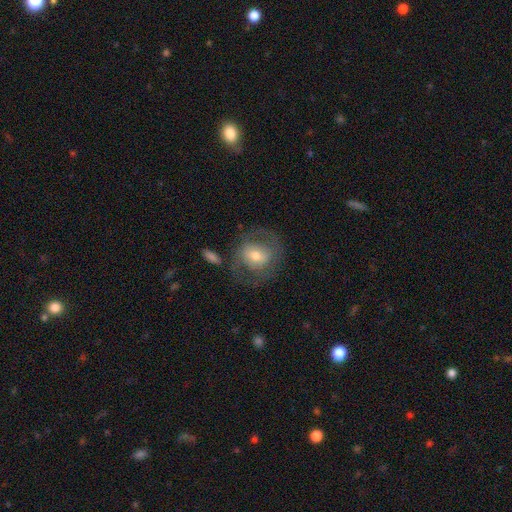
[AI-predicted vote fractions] Smooth or featured?
  - featured or disk: 48% *
  - smooth: 44%
  - star or artifact: 7%
Merging?
  - none: 65% *
  - minor disturbance: 17%
  - major disturbance: 14%
  - merger: 4%